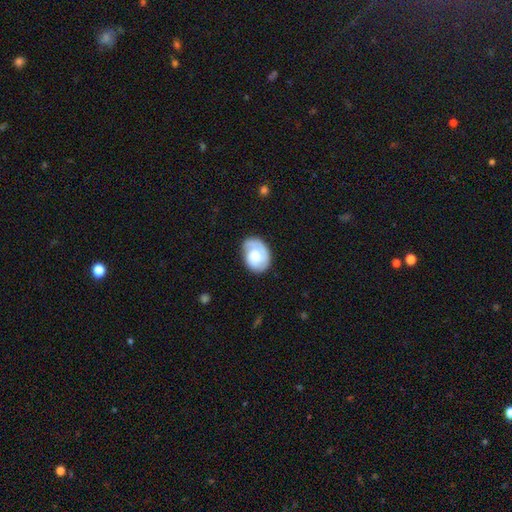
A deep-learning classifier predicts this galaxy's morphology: Smooth or featured?
  - featured or disk: 51% *
  - smooth: 43%
  - star or artifact: 6%
Edge-on disk?
  - no: 97% *
  - yes: 3%
Merging?
  - none: 66% *
  - minor disturbance: 24%
  - major disturbance: 9%
  - merger: 2%